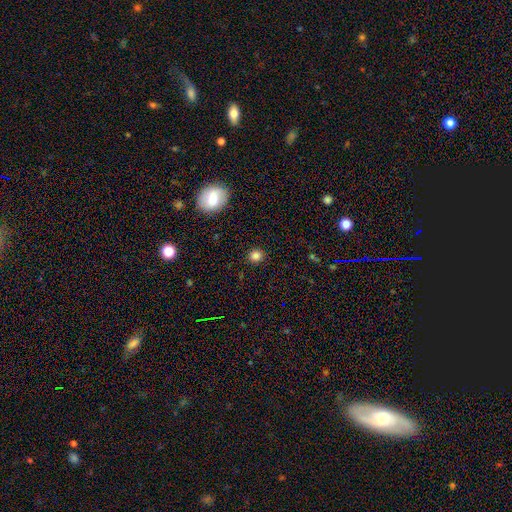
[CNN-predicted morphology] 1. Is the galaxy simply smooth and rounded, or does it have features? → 82% smooth, 13% star or artifact, 5% featured or disk.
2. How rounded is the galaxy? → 87% round, 12% in between, 1% cigar-shaped.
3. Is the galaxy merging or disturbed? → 90% none, 7% minor disturbance, 2% major disturbance, 1% merger.